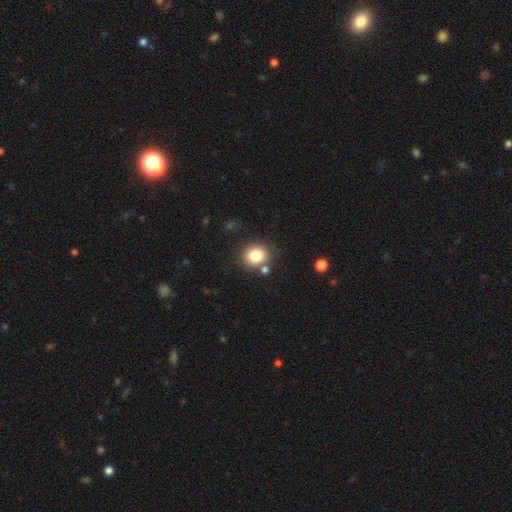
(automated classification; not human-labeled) This is clearly a smooth galaxy (81%). How rounded: likely round (75%). Merging: likely none (78%).